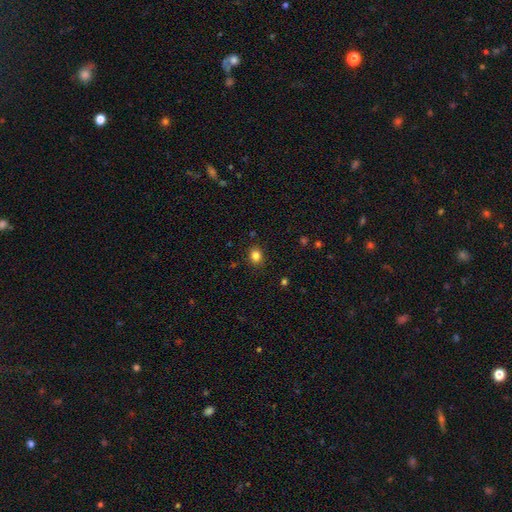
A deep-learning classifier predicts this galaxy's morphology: Overall: smooth (84%). How rounded: round (61%; in between 38%). Merging: none (88%).